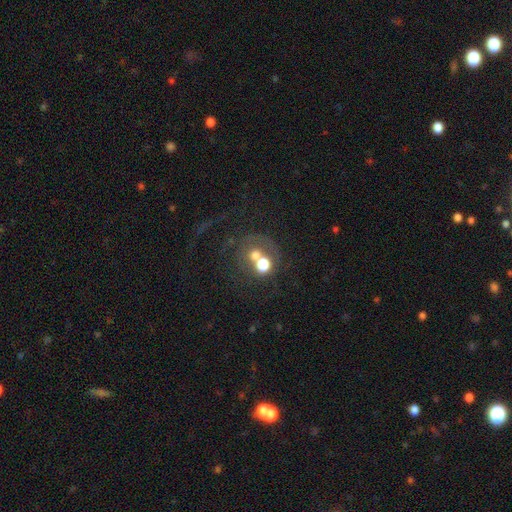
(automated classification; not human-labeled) Smooth or featured?
  - smooth: 52% *
  - featured or disk: 28%
  - star or artifact: 19%
How rounded?
  - round: 77% *
  - in between: 22%
  - cigar-shaped: 1%
Merging?
  - merger: 48% *
  - none: 32%
  - major disturbance: 11%
  - minor disturbance: 8%